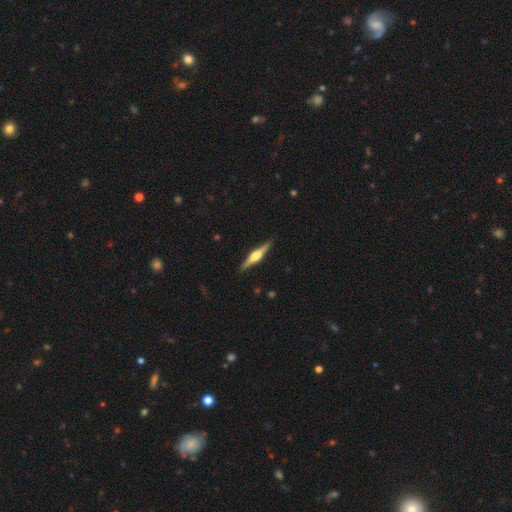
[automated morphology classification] Smooth or featured?
  - featured or disk: 75% *
  - smooth: 20%
  - star or artifact: 5%
Edge-on disk?
  - yes: 98% *
  - no: 2%
Edge-on bulge?
  - rounded: 88% *
  - boxy: 9%
  - none: 3%
Merging?
  - none: 90% *
  - minor disturbance: 7%
  - major disturbance: 2%
  - merger: 1%